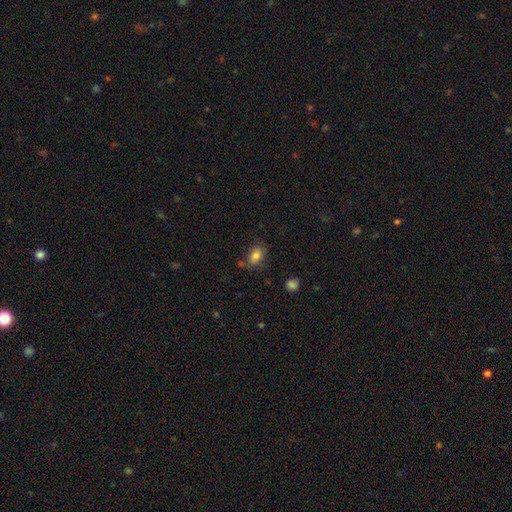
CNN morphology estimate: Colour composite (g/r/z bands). It shows a smooth galaxy with no disk features (80%) that is in between round and cigar-shaped (76%). Merging: none (71%).